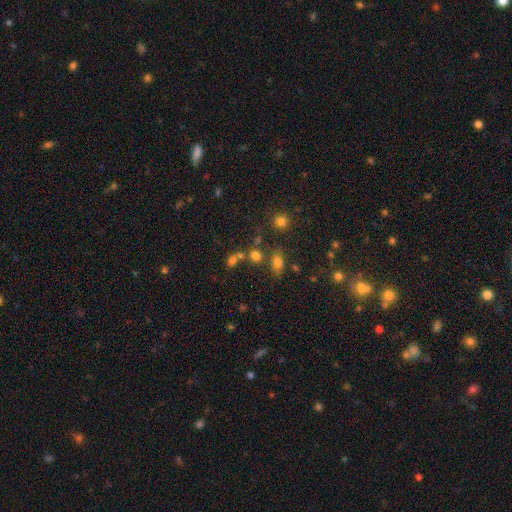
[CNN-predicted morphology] type=smooth (70%); roundness=round (55%); merging=none (58%).